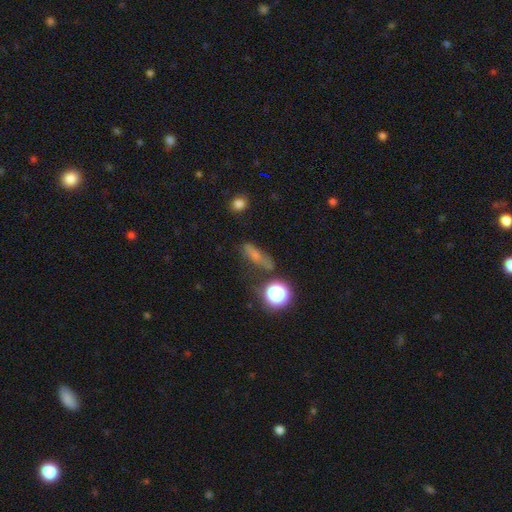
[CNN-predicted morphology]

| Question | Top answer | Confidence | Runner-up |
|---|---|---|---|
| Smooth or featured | smooth | 53% | featured or disk (26%) |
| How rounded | in between | 41% | tied: cigar-shaped (41%) |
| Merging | none | 62% | minor disturbance (22%) |